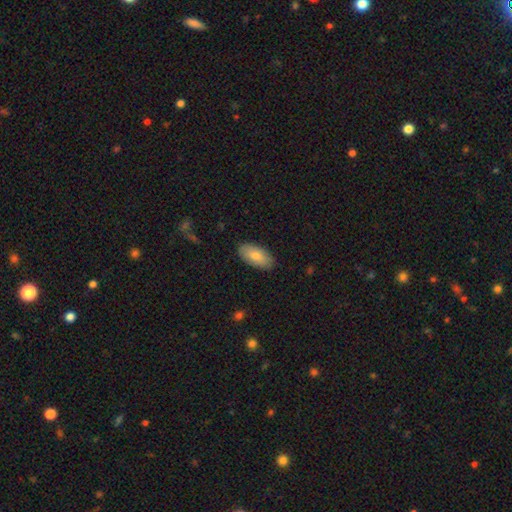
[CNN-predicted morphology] This appears to be a smooth galaxy with no disk features (77%) that is in between round and cigar-shaped (92%). Merging: none (88%).